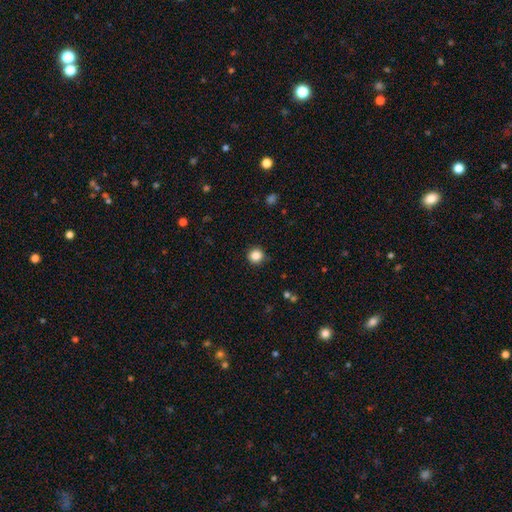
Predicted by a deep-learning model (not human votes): Smooth or featured: smooth — 86% (star or artifact — 11%)
How rounded: round — 93% (in between — 6%)
Merging: none — 90% (minor disturbance — 7%)